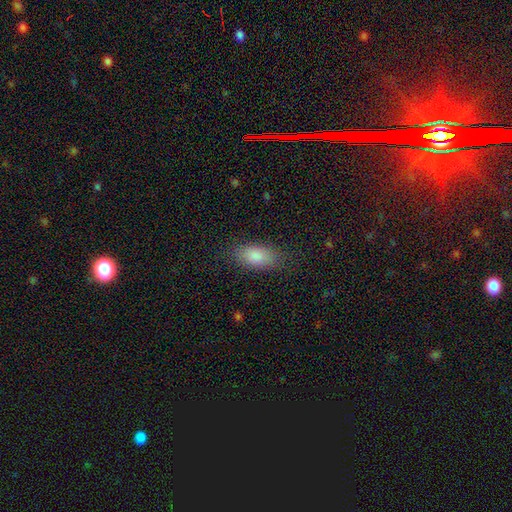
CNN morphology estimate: The model was most divided on "merging": none: 83%, minor disturbance: 12%, major disturbance: 4%, merger: 1%. More confident: how rounded — in between (88%); smooth or featured — smooth (84%).